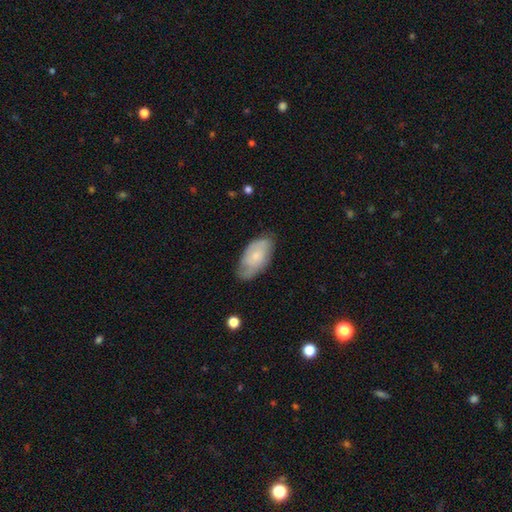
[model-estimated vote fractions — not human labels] Smooth or featured: featured or disk — 47% (tied with smooth — 47%)
Merging: none — 66% (minor disturbance — 26%)